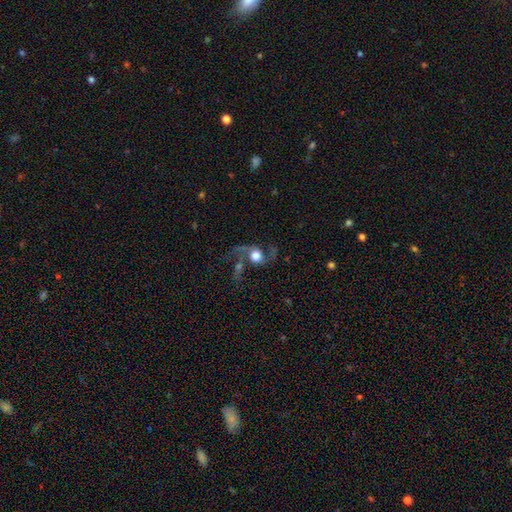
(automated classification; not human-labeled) A featured or disk galaxy (67%) with no bar (74%), 2 (82%) loose (76%) spiral arms (88%) and a large central bulge (50%).

Vote fractions:
- Smooth or featured? featured or disk: 67% / smooth: 23% / star or artifact: 10%
- Edge-on disk? no: 96% / yes: 4%
- Bar? no: 74% / weak: 21% / strong: 6%
- Spiral arms? yes: 88% / no: 12%
- Spiral winding? loose: 76% / medium: 20% / tight: 4%
- Spiral arm count? 2: 82% / 1: 9% / can't tell: 4% / 3: 3% / 4: 1% / more than 4: 1%
- Bulge size? large: 50% / moderate: 26% / dominant: 15% / small: 6% / none: 4%
- Merging? none: 37% / merger: 26% / major disturbance: 24% / minor disturbance: 13%